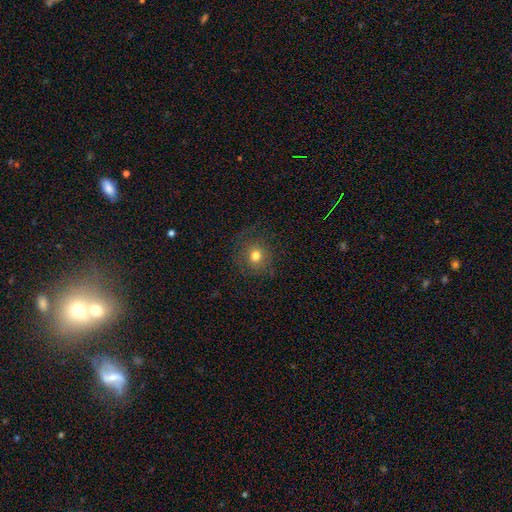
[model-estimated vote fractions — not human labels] Smooth or featured? Predicted: smooth (p=0.75). How rounded? Predicted: round (p=0.86). Merging? Predicted: none (p=0.81).